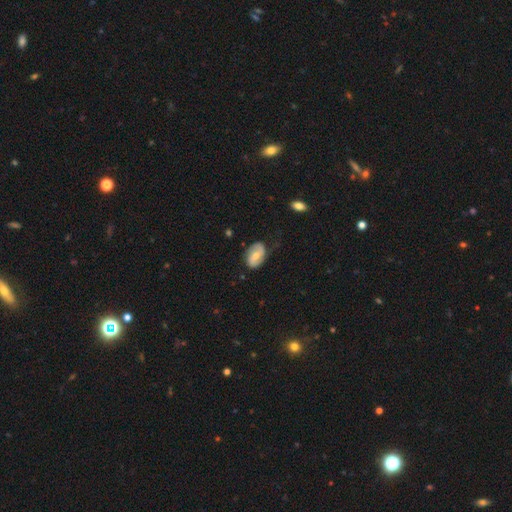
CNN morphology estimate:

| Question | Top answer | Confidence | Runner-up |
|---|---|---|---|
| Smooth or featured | featured or disk | 60% | smooth (34%) |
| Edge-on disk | no | 96% | yes (4%) |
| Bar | weak | 42% | no (39%) |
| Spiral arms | yes | 84% | no (16%) |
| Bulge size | moderate | 57% | small (37%) |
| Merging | none | 74% | minor disturbance (20%) |